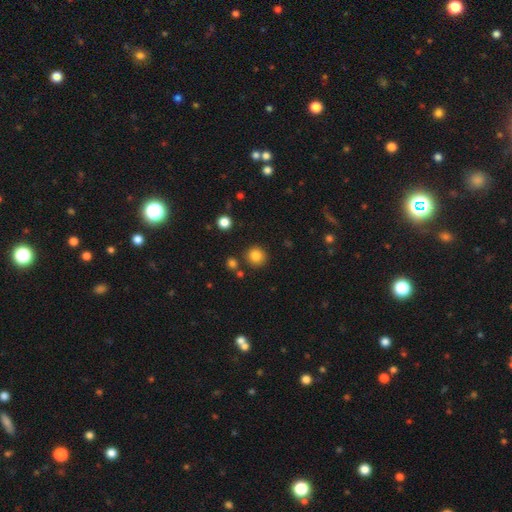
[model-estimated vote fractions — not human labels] smooth_or_featured: smooth (p=0.84) [alt: star or artifact p=0.11]
how_rounded: round (p=0.92) [alt: in between p=0.07]
merging: none (p=0.86) [alt: minor disturbance p=0.07]